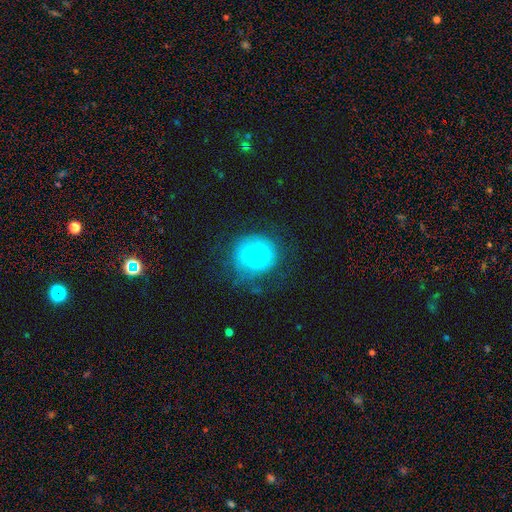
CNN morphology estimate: smooth-or-featured: featured or disk: 46% (tied) | smooth: 46% (tied) | star or artifact: 8%
  merging: none: 56% | minor disturbance: 25% | major disturbance: 17% | merger: 2%